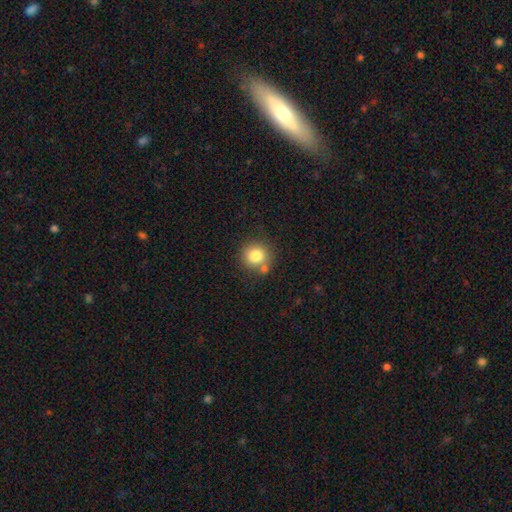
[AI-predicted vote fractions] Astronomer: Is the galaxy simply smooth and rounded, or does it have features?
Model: smooth — 82%.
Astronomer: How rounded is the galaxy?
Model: round — 89%.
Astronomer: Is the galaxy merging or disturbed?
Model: none — 69%.